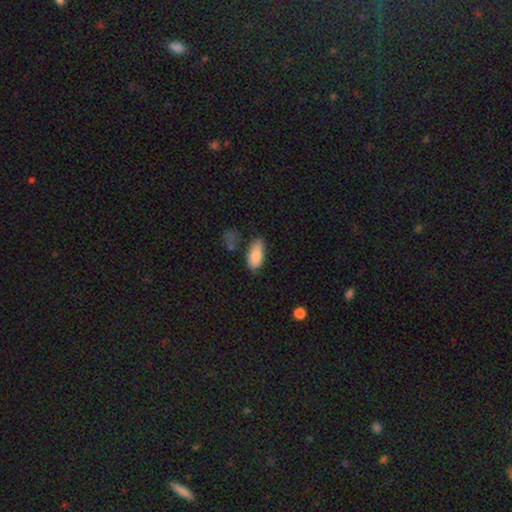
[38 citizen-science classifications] Smooth or featured?
  - smooth: 87% *
  - featured or disk: 11%
  - star or artifact: 3%
How rounded?
  - in between: 79% *
  - cigar-shaped: 15%
  - round: 6%
Merging?
  - none: 57% *
  - minor disturbance: 35%
  - major disturbance: 5%
  - merger: 3%